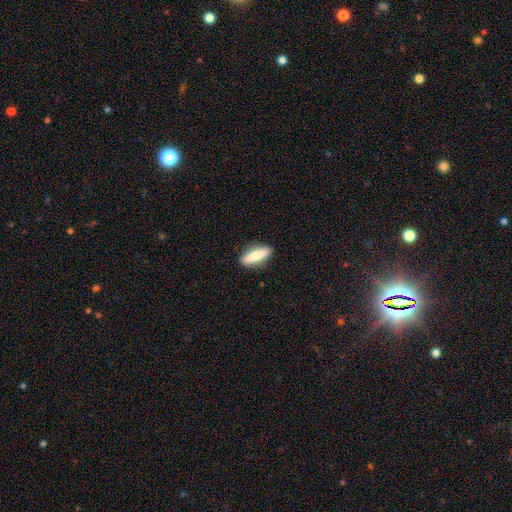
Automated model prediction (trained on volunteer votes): Q: Smooth or featured?
A: smooth (75%); runner-up: featured or disk (19%)
Q: How rounded?
A: cigar-shaped (50%); runner-up: in between (48%)
Q: Merging?
A: none (88%); runner-up: minor disturbance (9%)